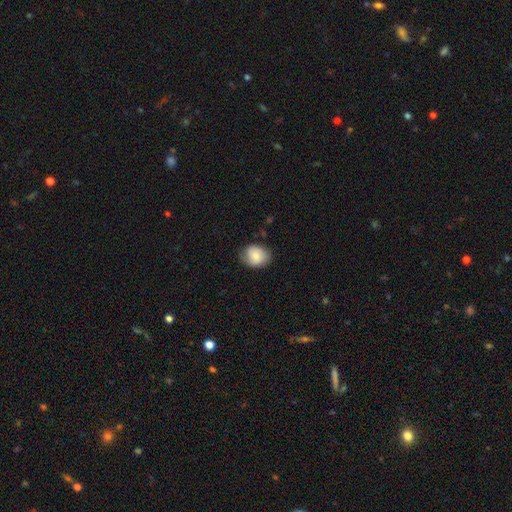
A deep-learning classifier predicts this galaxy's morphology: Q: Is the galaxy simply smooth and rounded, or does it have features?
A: smooth — 76%.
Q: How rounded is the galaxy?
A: in between — 51%.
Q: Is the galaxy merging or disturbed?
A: none — 75%.